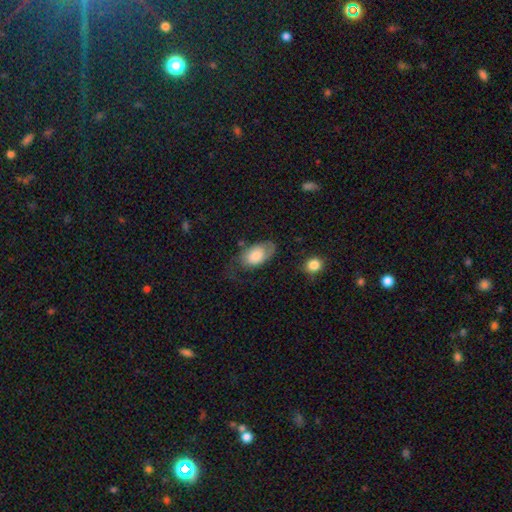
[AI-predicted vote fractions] Q: Smooth or featured?
A: smooth (62%); runner-up: featured or disk (31%)
Q: How rounded?
A: in between (91%); runner-up: round (7%)
Q: Merging?
A: none (44%); runner-up: minor disturbance (29%)